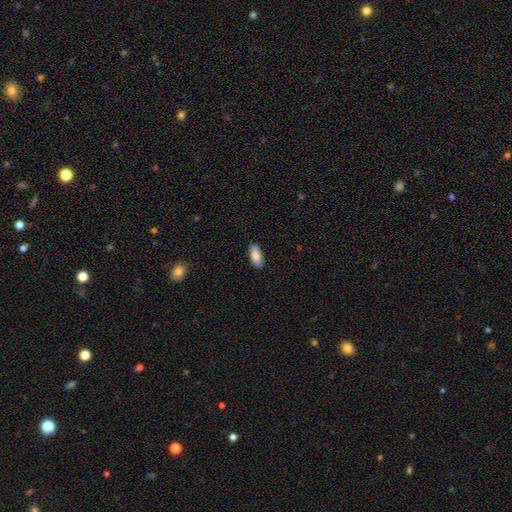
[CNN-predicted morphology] Smooth or featured?
  - smooth: 86% *
  - featured or disk: 8%
  - star or artifact: 6%
How rounded?
  - in between: 89% *
  - cigar-shaped: 9%
  - round: 2%
Merging?
  - none: 86% *
  - minor disturbance: 11%
  - major disturbance: 2%
  - merger: 1%